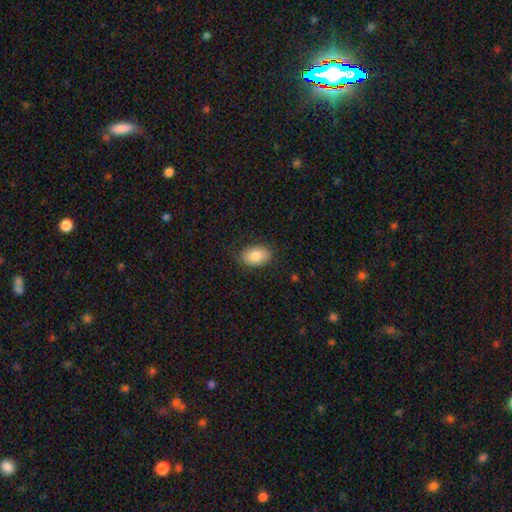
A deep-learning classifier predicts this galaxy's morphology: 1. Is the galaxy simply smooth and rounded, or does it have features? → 82% smooth, 11% featured or disk, 7% star or artifact.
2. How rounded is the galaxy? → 89% in between, 10% round, 1% cigar-shaped.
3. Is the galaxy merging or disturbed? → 83% none, 13% minor disturbance, 3% major disturbance, 1% merger.